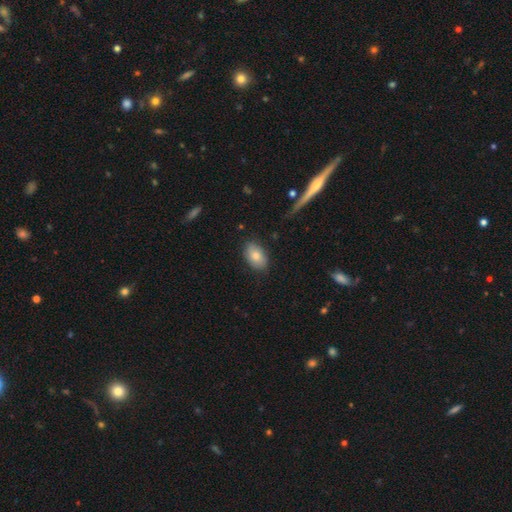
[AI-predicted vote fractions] This appears to be a smooth galaxy with no disk features (78%) that is in between round and cigar-shaped (89%). Merging: none (81%).